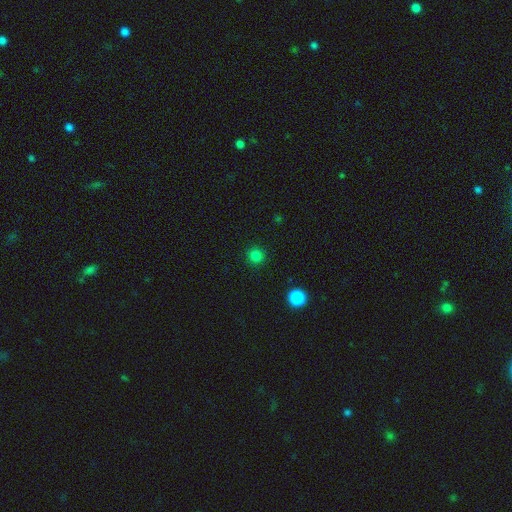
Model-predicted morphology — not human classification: Smooth or featured? smooth (83%)
How rounded? round (94%)
Merging? none (92%)